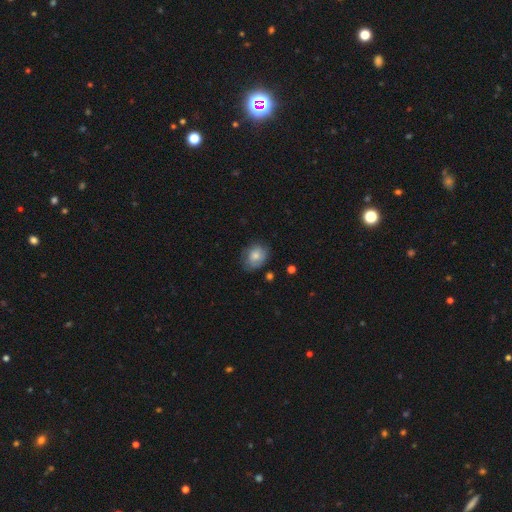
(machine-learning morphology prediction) smooth-or-featured: smooth: 75% | featured or disk: 17% | star or artifact: 8%
  how-rounded: in between: 58% | round: 41% | cigar-shaped: 1%
  merging: none: 70% | minor disturbance: 23% | major disturbance: 5% | merger: 2%